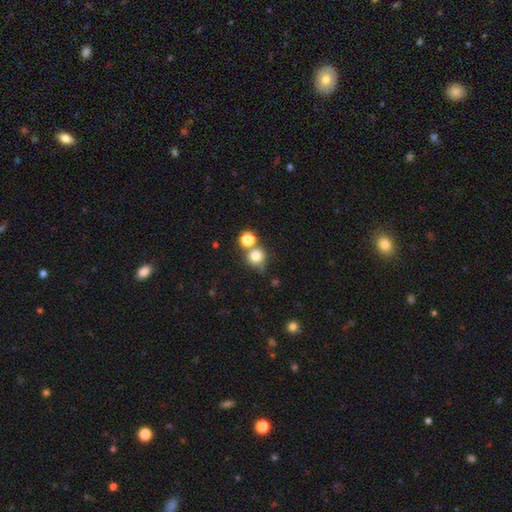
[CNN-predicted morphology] A smooth galaxy with no disk features (78%) that is round (89%).

Vote fractions:
- Smooth or featured? smooth: 78% / star or artifact: 13% / featured or disk: 8%
- How rounded? round: 89% / in between: 10% / cigar-shaped: 1%
- Merging? none: 56% / merger: 29% / minor disturbance: 11% / major disturbance: 4%